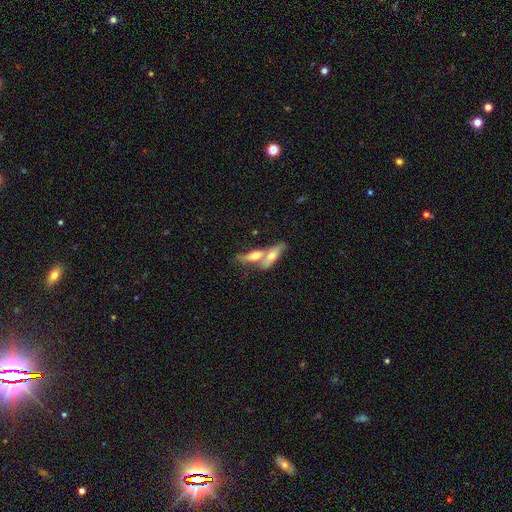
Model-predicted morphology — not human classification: A smooth galaxy with no disk features (51%) that is cigar-shaped (49%).

Vote fractions:
- Smooth or featured? smooth: 51% / featured or disk: 41% / star or artifact: 8%
- How rounded? cigar-shaped: 49% / in between: 47% / round: 4%
- Merging? merger: 63% / none: 26% / minor disturbance: 7% / major disturbance: 4%